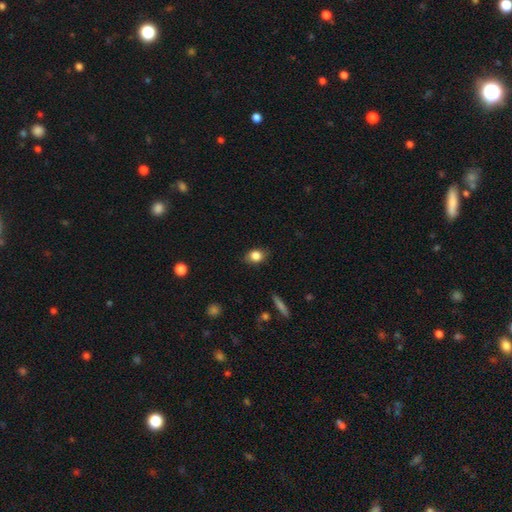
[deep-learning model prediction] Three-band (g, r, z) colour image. It shows a smooth galaxy with no disk features (83%) that is in between round and cigar-shaped (57%). Merging: none (81%).